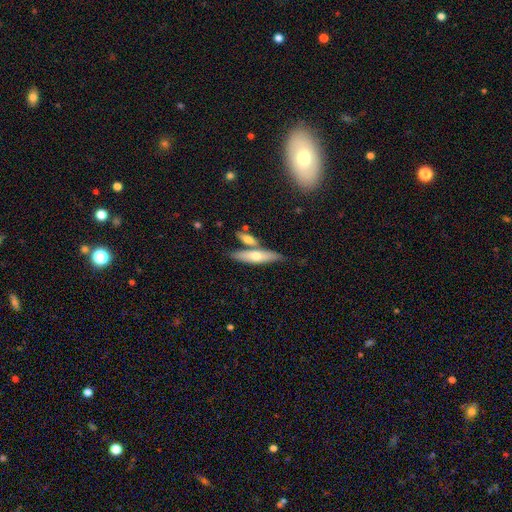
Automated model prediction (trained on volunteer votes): smooth_or_featured: smooth (p=0.57) [alt: featured or disk p=0.38]
how_rounded: cigar-shaped (p=0.68) [alt: in between p=0.29]
merging: none (p=0.59) [alt: merger p=0.26]